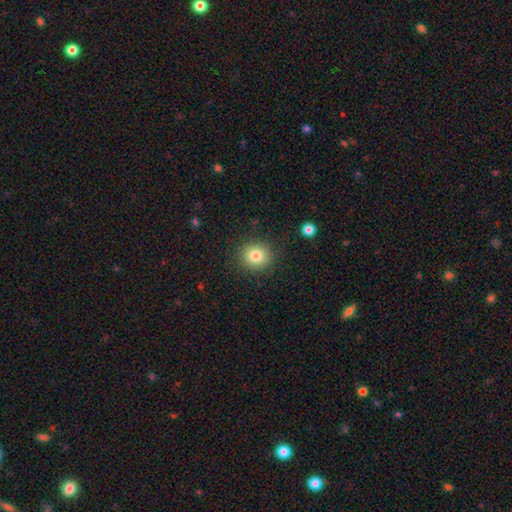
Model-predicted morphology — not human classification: Smooth or featured: smooth — 81% (star or artifact — 11%)
How rounded: round — 81% (in between — 18%)
Merging: none — 88% (minor disturbance — 8%)